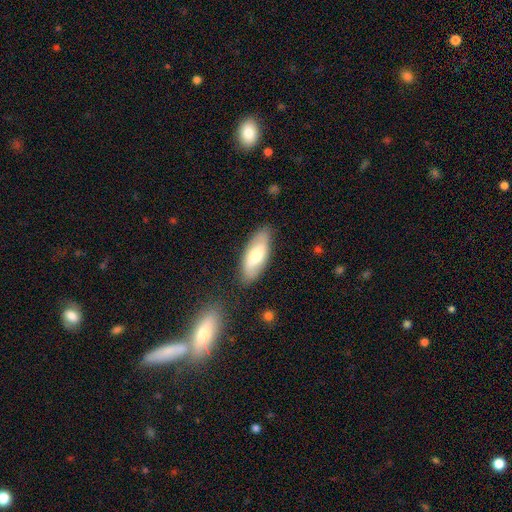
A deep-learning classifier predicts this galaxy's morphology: smooth 61%, featured or disk 33%, star or artifact 6%. Down the decision tree: how rounded — in between (77%); merging — none (82%).